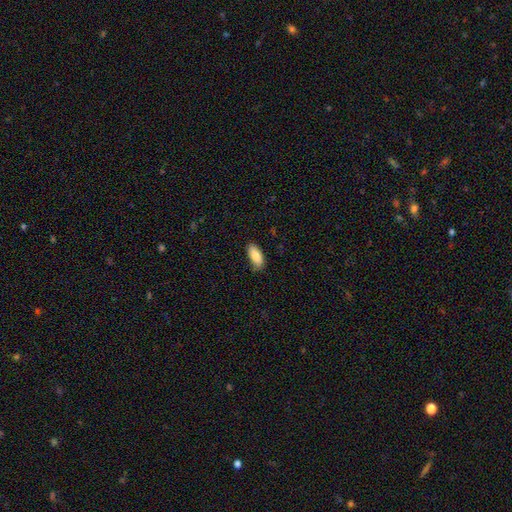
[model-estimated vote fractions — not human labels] A smooth galaxy with no disk features (85%) that is in between round and cigar-shaped (85%).

Vote fractions:
- Smooth or featured? smooth: 85% / featured or disk: 8% / star or artifact: 6%
- How rounded? in between: 85% / cigar-shaped: 13% / round: 2%
- Merging? none: 78% / minor disturbance: 18% / major disturbance: 3% / merger: 1%